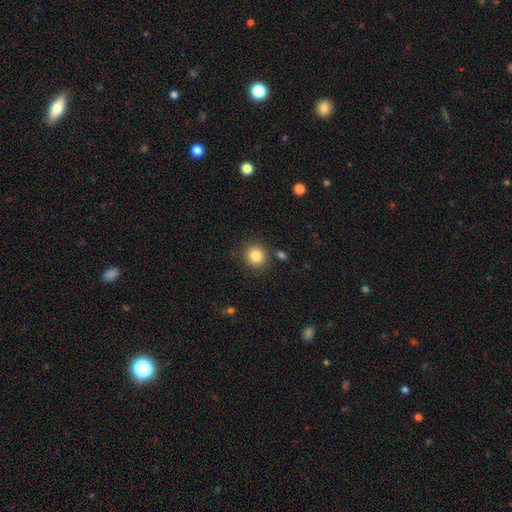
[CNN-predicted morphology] type=smooth (85%); roundness=round (87%); merging=none (85%).